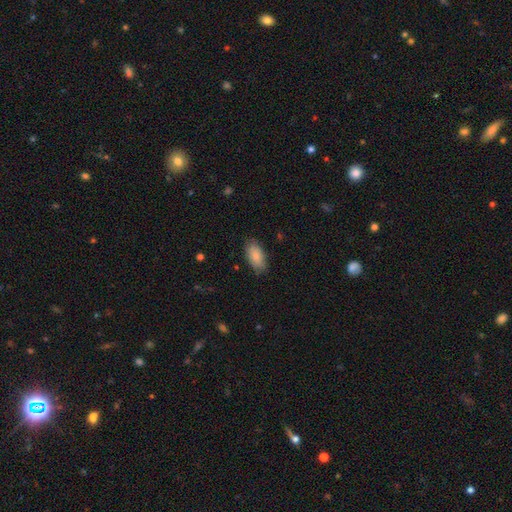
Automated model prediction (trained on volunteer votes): smooth-or-featured: smooth: 87% | featured or disk: 7% | star or artifact: 6%
  how-rounded: in between: 92% | cigar-shaped: 5% | round: 2%
  merging: none: 82% | minor disturbance: 14% | major disturbance: 3% | merger: 1%